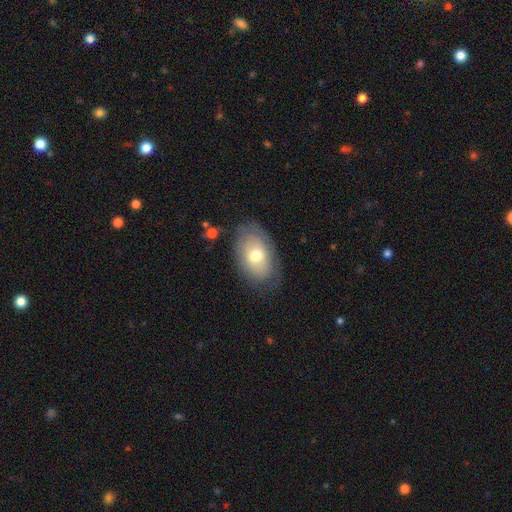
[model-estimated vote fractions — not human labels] smooth_or_featured: smooth (p=0.66) [alt: featured or disk p=0.26]
how_rounded: in between (p=0.88) [alt: round p=0.11]
merging: none (p=0.73) [alt: minor disturbance p=0.19]